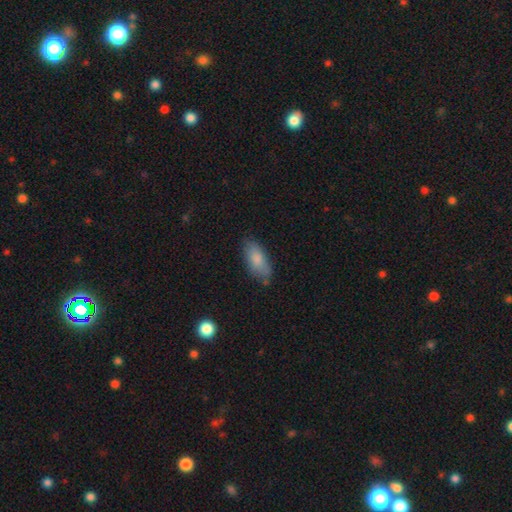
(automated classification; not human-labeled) Smooth or featured: smooth — 77% (featured or disk — 15%)
How rounded: in between — 84% (cigar-shaped — 13%)
Merging: none — 75% (minor disturbance — 19%)